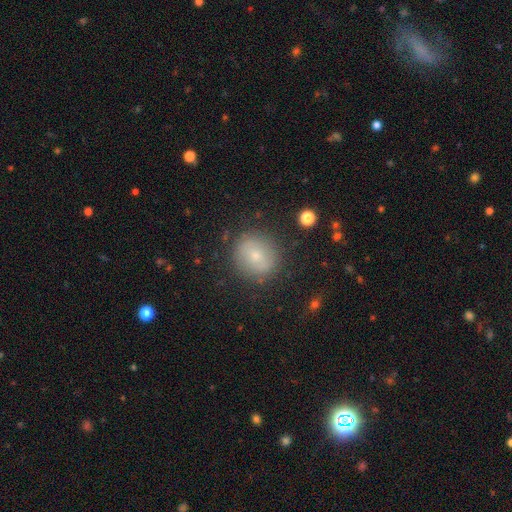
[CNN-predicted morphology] This is likely a smooth galaxy (67%). How rounded: clearly round (83%). Merging: clearly none (84%).